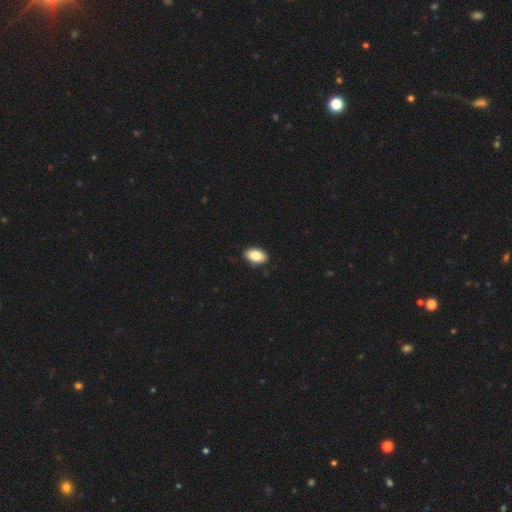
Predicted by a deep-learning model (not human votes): smooth_or_featured: smooth (p=0.85) [alt: featured or disk p=0.07]
how_rounded: in between (p=0.93) [alt: round p=0.05]
merging: none (p=0.90) [alt: minor disturbance p=0.08]